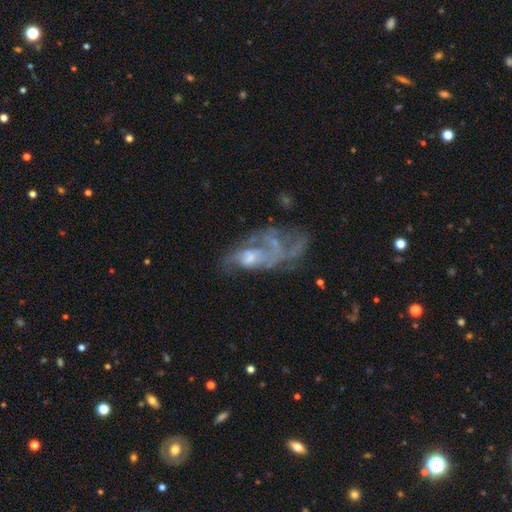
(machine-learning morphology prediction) smooth_or_featured: featured or disk (p=0.69) [alt: smooth p=0.19]
disk_edge_on: no (p=0.93) [alt: yes p=0.07]
bar: no (p=0.76) [alt: weak p=0.20]
has_spiral_arms: yes (p=0.55) [alt: no p=0.45]
bulge_size: moderate (p=0.33) [alt: small p=0.30]
merging: major disturbance (p=0.39) [alt: none p=0.32]